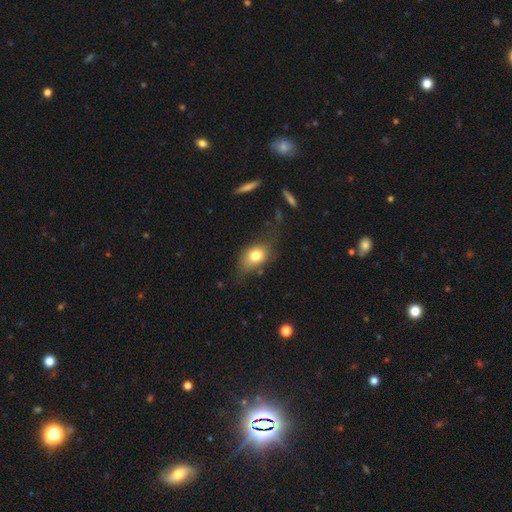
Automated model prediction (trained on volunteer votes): Morphology: type=smooth (75%); roundness=in between (75%); merging=none (61%).